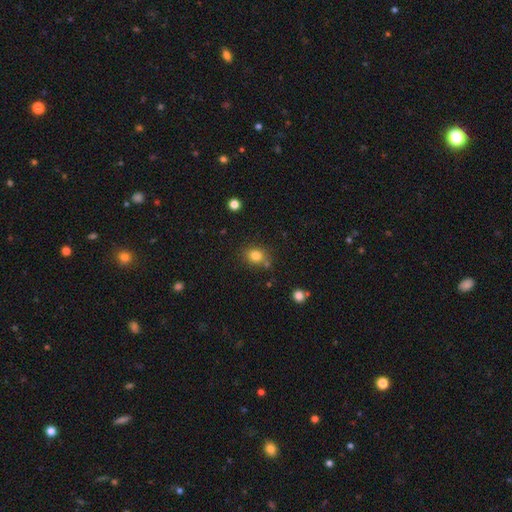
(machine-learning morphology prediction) Overall: smooth (81%). How rounded: round (66%; in between 34%). Merging: none (76%).